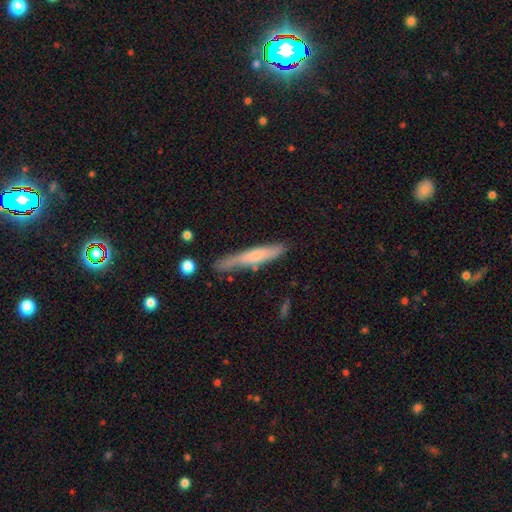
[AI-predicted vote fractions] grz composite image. It shows a smooth galaxy with no disk features (59%) that is cigar-shaped (91%). Merging: none (69%).